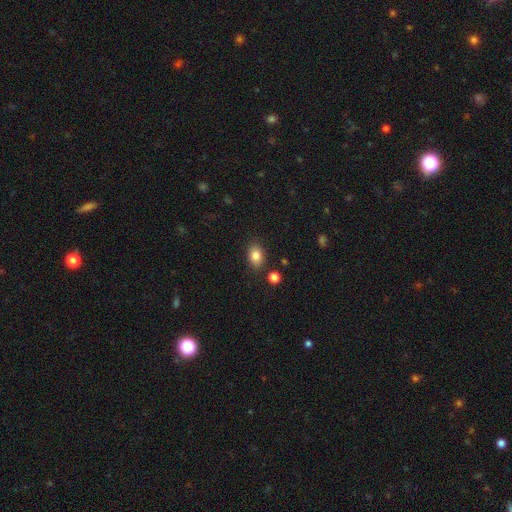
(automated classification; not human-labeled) smooth-or-featured: smooth: 83% | star or artifact: 9% | featured or disk: 7%
  how-rounded: in between: 72% | round: 27% | cigar-shaped: 1%
  merging: none: 84% | minor disturbance: 10% | merger: 3% | major disturbance: 3%